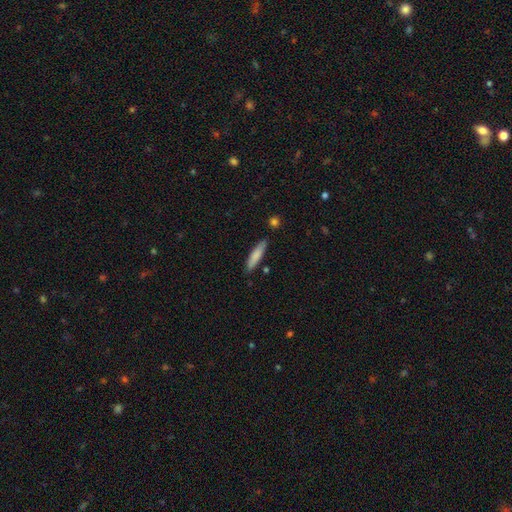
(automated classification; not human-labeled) Smooth or featured: smooth — 80% (featured or disk — 15%)
How rounded: cigar-shaped — 83% (in between — 16%)
Merging: none — 84% (minor disturbance — 11%)